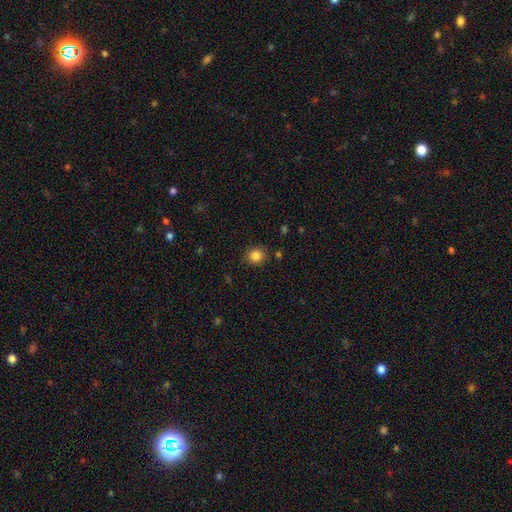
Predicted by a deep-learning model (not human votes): This is clearly a smooth galaxy (85%). How rounded: clearly round (86%). Merging: clearly none (87%).